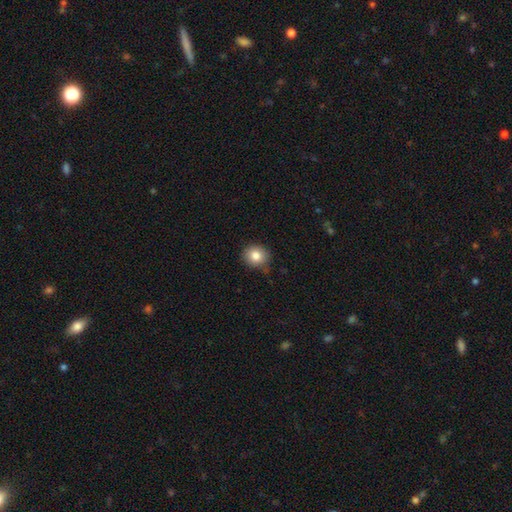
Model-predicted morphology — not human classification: Smooth or featured: smooth — 83% (star or artifact — 10%)
How rounded: round — 81% (in between — 18%)
Merging: none — 81% (minor disturbance — 15%)